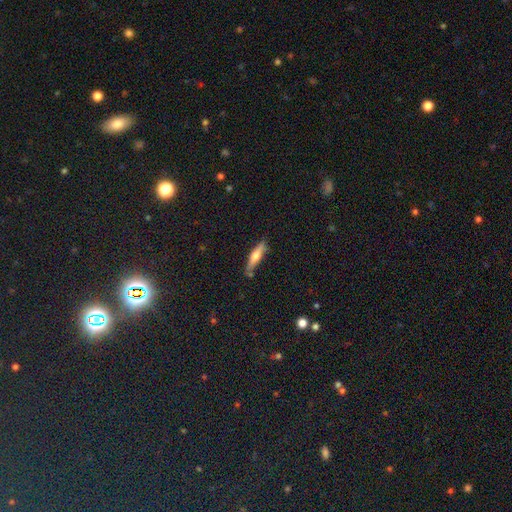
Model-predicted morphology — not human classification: smooth 48%, featured or disk 46%, star or artifact 6%. Down the decision tree: merging — none (79%).